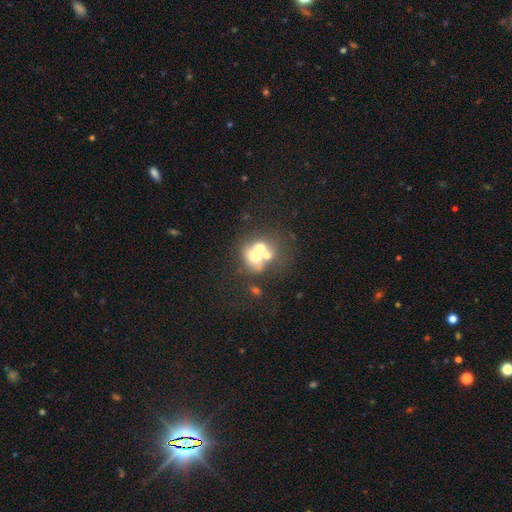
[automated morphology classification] Smooth or featured?
  - smooth: 52% *
  - featured or disk: 35%
  - star or artifact: 13%
How rounded?
  - round: 71% *
  - in between: 29%
  - cigar-shaped: 1%
Merging?
  - merger: 60% *
  - none: 27%
  - minor disturbance: 8%
  - major disturbance: 6%